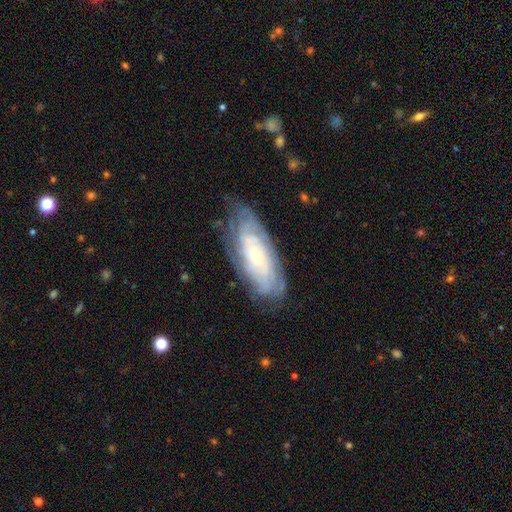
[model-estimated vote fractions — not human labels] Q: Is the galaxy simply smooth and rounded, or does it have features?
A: featured or disk — 72%.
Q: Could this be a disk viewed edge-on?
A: no — 89%.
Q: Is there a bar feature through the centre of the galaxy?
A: no — 79%.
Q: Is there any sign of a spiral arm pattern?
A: yes — 89%.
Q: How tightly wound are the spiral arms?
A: tight — 75%.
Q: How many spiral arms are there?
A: can't tell — 58%.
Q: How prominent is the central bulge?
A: small — 79%.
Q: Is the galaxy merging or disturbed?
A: none — 73%.